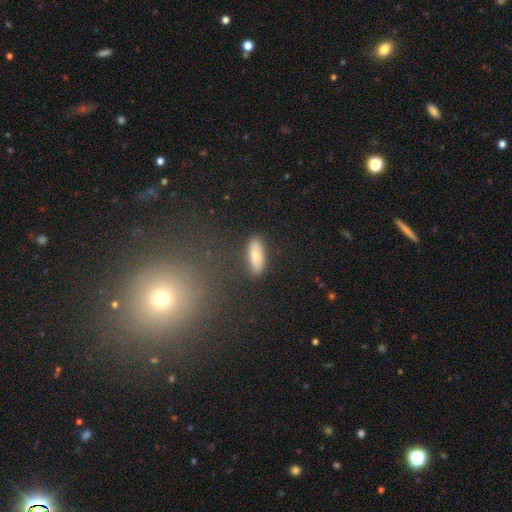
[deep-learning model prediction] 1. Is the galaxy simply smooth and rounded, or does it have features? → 76% smooth, 17% featured or disk, 7% star or artifact.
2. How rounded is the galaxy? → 68% in between, 29% cigar-shaped, 3% round.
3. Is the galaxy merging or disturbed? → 86% none, 10% minor disturbance, 3% major disturbance, 2% merger.